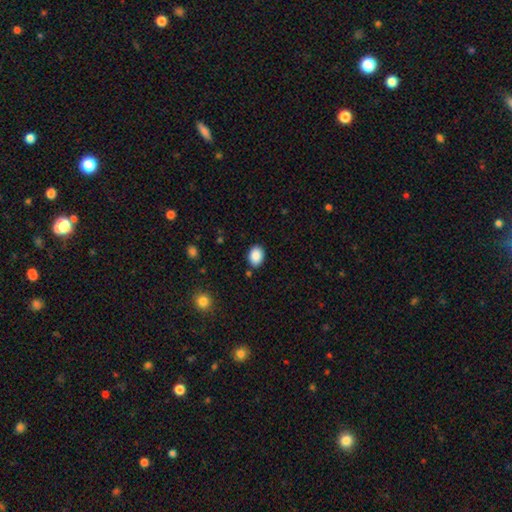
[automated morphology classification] A smooth galaxy with no disk features (89%) that is in between round and cigar-shaped (67%).

Vote fractions:
- Smooth or featured? smooth: 89% / star or artifact: 8% / featured or disk: 3%
- How rounded? in between: 67% / round: 33% / cigar-shaped: 1%
- Merging? none: 86% / minor disturbance: 9% / major disturbance: 2% / merger: 2%